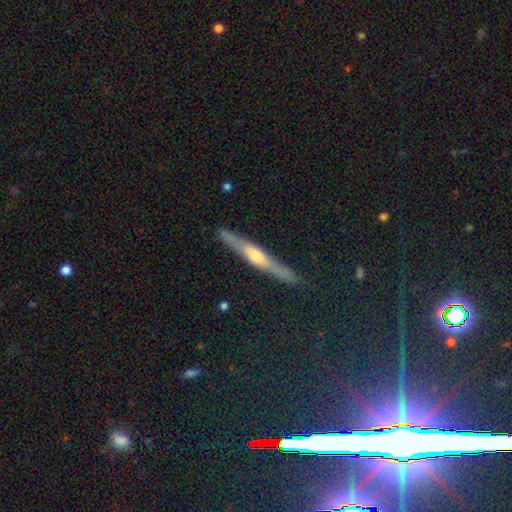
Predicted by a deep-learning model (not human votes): This is likely a featured or disk galaxy (70%). It is clearly viewed edge-on (96%). Edge-on bulge: likely rounded (79%). Merging: clearly none (89%).